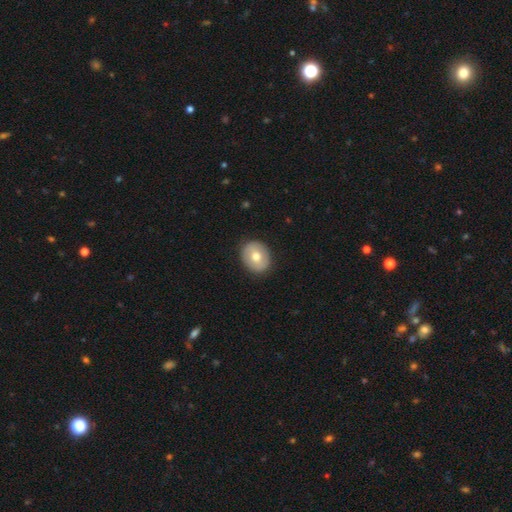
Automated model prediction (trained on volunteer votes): Q: Smooth or featured?
A: smooth (67%); runner-up: featured or disk (27%)
Q: How rounded?
A: round (57%); runner-up: in between (42%)
Q: Merging?
A: none (88%); runner-up: minor disturbance (9%)